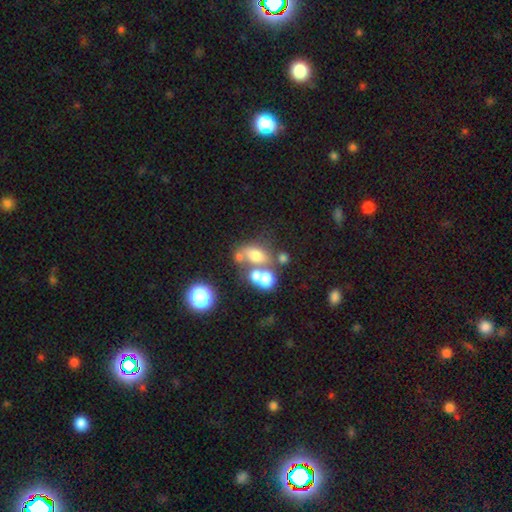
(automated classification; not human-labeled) A smooth galaxy with no disk features (61%) that is in between round and cigar-shaped (62%).

Vote fractions:
- Smooth or featured? smooth: 61% / featured or disk: 24% / star or artifact: 16%
- How rounded? in between: 62% / round: 35% / cigar-shaped: 3%
- Merging? merger: 47% / none: 34% / minor disturbance: 11% / major disturbance: 9%